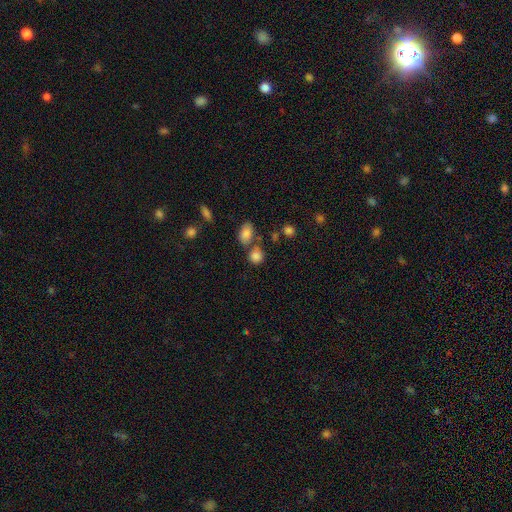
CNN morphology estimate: Overall: smooth (83%). How rounded: round (70%). Merging: none (55%; merger 28%).